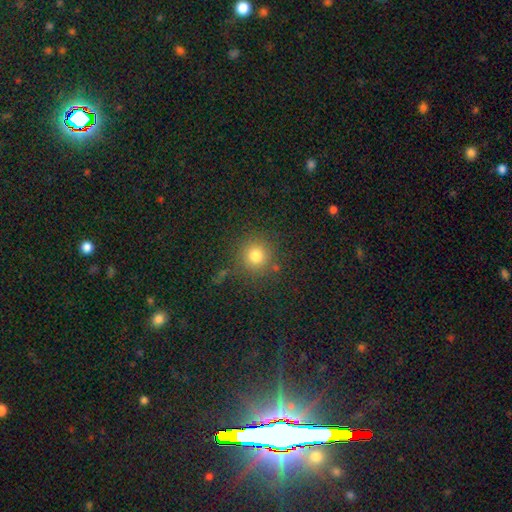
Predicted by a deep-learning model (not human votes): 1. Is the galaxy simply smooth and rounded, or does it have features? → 78% smooth, 15% star or artifact, 7% featured or disk.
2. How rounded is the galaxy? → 93% round, 6% in between, 1% cigar-shaped.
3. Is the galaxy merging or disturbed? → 83% none, 9% minor disturbance, 4% major disturbance, 3% merger.